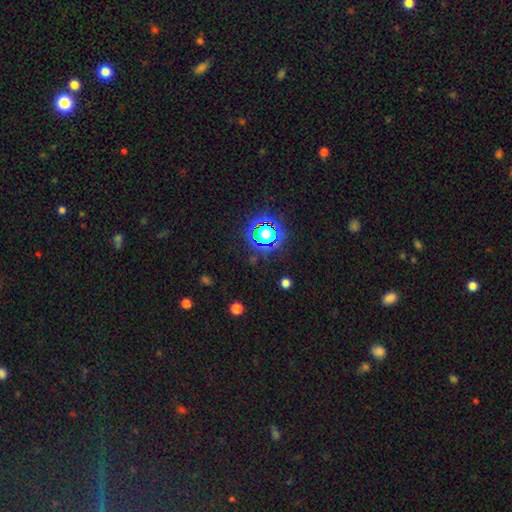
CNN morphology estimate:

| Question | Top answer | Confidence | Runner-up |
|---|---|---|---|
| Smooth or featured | star or artifact | 76% | smooth (17%) |